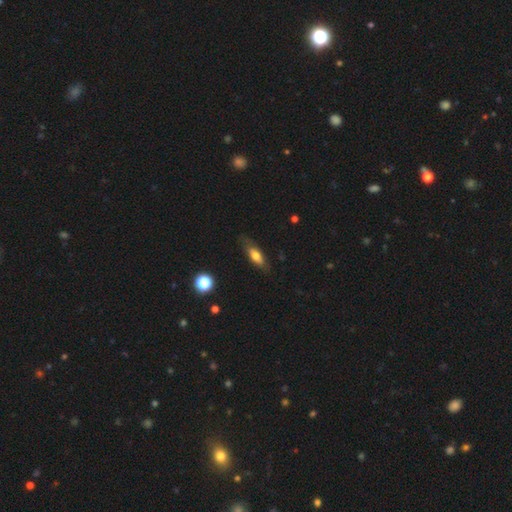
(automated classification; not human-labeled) Morphology: type=smooth (65%); roundness=in between (63%); merging=none (74%).